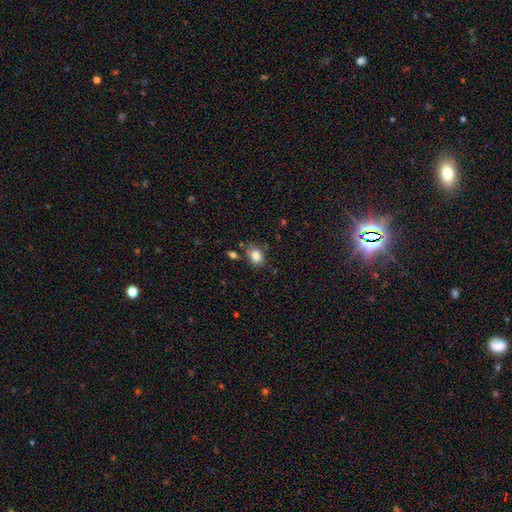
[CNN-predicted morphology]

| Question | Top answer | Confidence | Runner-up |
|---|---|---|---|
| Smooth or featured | smooth | 84% | star or artifact (10%) |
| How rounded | in between | 58% | round (41%) |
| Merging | none | 66% | minor disturbance (20%) |